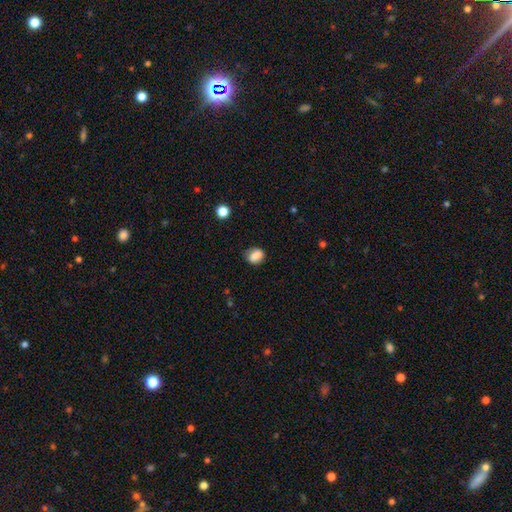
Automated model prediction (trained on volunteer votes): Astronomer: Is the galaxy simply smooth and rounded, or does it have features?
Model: smooth — 78%.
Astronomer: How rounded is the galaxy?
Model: in between — 50% (runner-up: round, 49%).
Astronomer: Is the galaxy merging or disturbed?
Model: none — 60%.